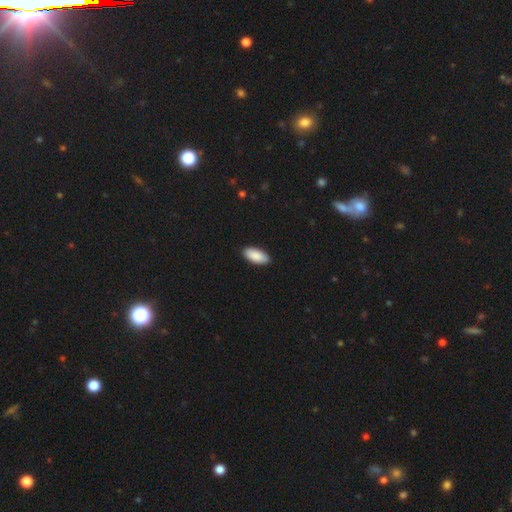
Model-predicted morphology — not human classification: smooth-or-featured: smooth: 91% | star or artifact: 5% | featured or disk: 4%
  how-rounded: in between: 91% | cigar-shaped: 7% | round: 2%
  merging: none: 91% | minor disturbance: 7% | major disturbance: 2% | merger: 1%